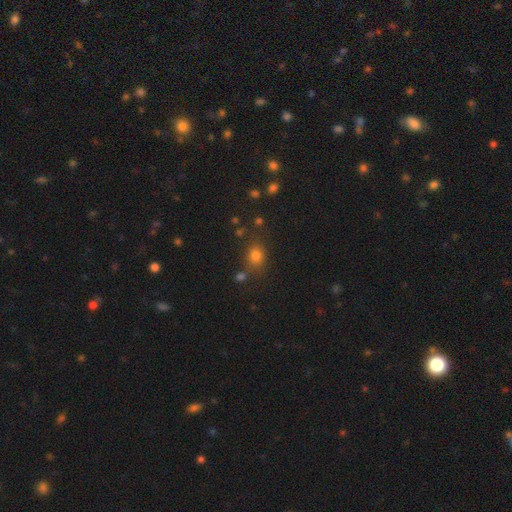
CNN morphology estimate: A smooth galaxy with no disk features (78%) that is round (61%). Merging: none (72%).